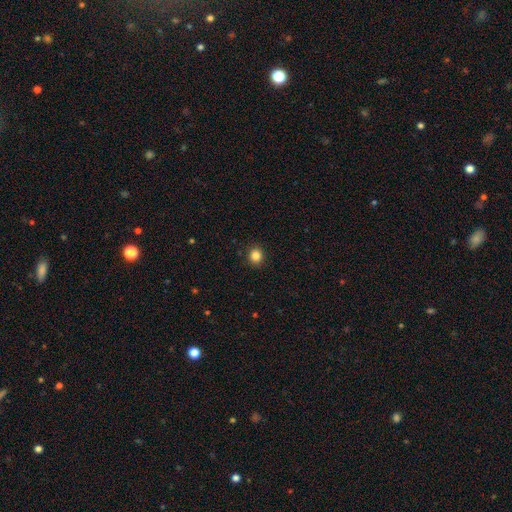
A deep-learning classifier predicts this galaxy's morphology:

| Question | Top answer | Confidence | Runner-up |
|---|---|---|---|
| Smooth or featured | smooth | 85% | star or artifact (11%) |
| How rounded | round | 83% | in between (16%) |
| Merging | none | 91% | minor disturbance (6%) |